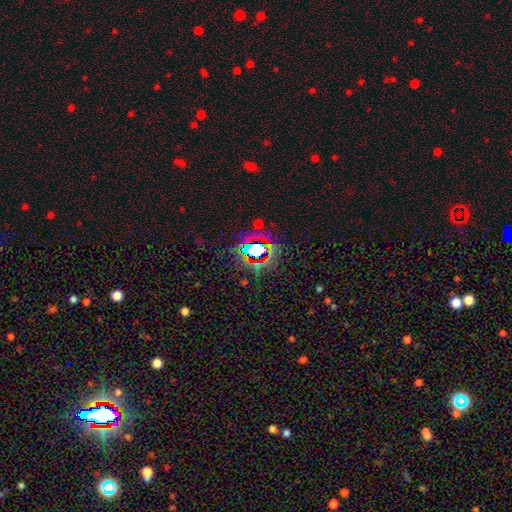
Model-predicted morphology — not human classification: A star or artifact, not a galaxy (70%).

Vote fractions:
- Smooth or featured? star or artifact: 70% / smooth: 19% / featured or disk: 11%